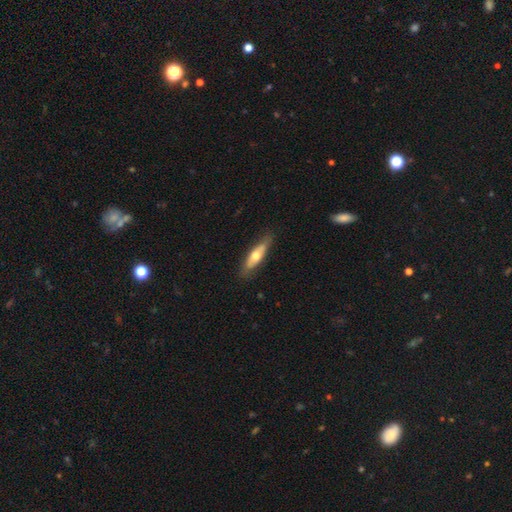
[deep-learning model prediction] Morphology: type=smooth (54%); roundness=cigar-shaped (57%); merging=none (81%).